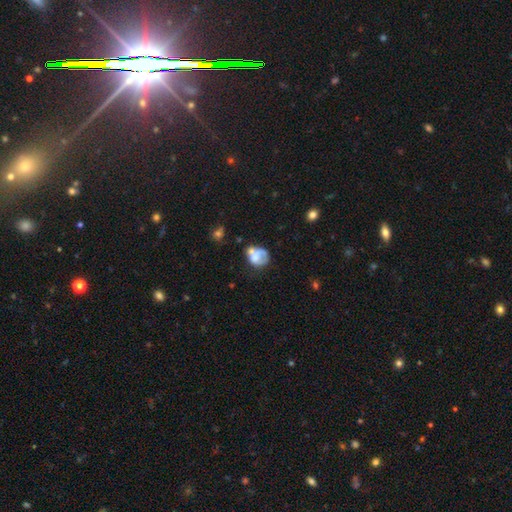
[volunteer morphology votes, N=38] This appears to be a smooth galaxy with no disk features (71%) that is round (70%). Merging: merger (34%).